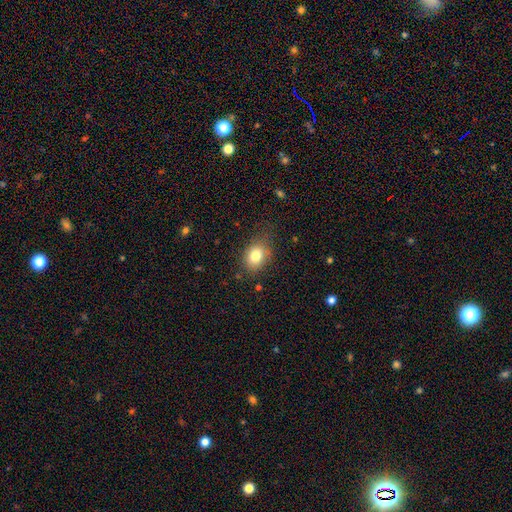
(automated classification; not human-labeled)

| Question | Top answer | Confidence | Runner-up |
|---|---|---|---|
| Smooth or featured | smooth | 81% | star or artifact (10%) |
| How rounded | in between | 62% | round (37%) |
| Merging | none | 72% | minor disturbance (21%) |